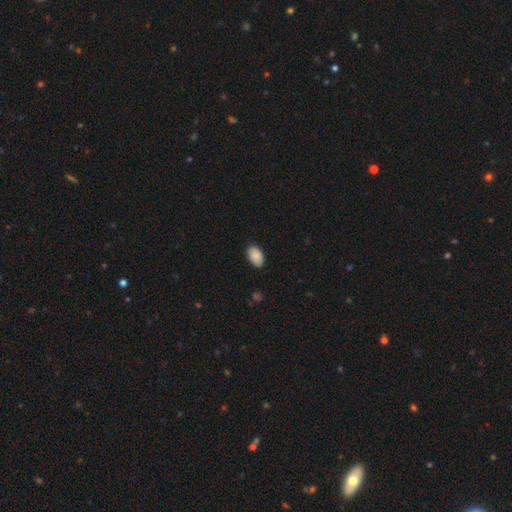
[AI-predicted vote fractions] Smooth or featured? smooth (89%)
How rounded? in between (93%)
Merging? none (84%)